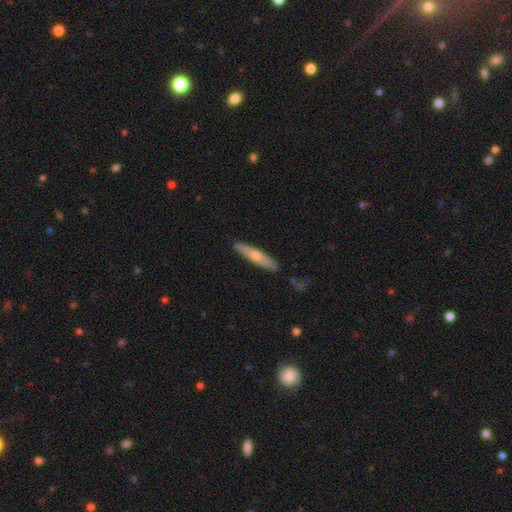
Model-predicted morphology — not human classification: Smooth or featured?
  - smooth: 57% *
  - featured or disk: 37%
  - star or artifact: 5%
How rounded?
  - cigar-shaped: 88% *
  - in between: 10%
  - round: 2%
Merging?
  - none: 88% *
  - minor disturbance: 9%
  - merger: 2%
  - major disturbance: 2%